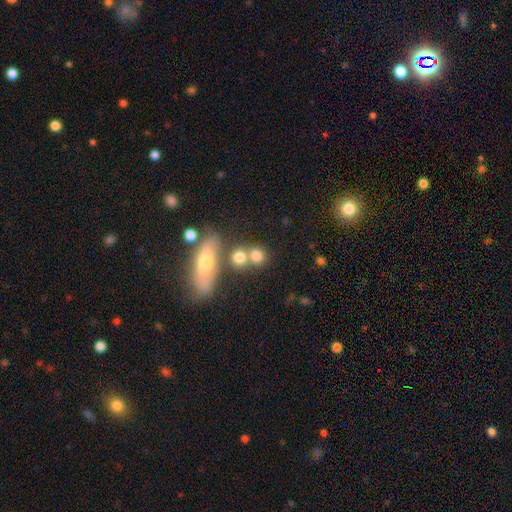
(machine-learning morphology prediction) type=smooth (74%); roundness=round (73%); merging=none (48%).